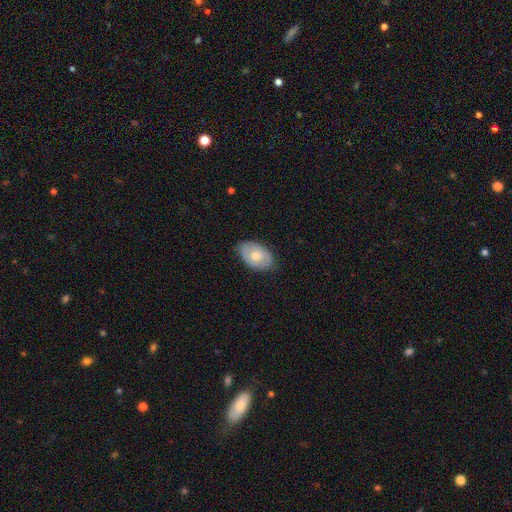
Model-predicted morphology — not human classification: A smooth galaxy with no disk features (58%) that is in between round and cigar-shaped (88%).

Vote fractions:
- Smooth or featured? smooth: 58% / featured or disk: 36% / star or artifact: 6%
- How rounded? in between: 88% / round: 11% / cigar-shaped: 1%
- Merging? none: 79% / minor disturbance: 17% / major disturbance: 3% / merger: 1%